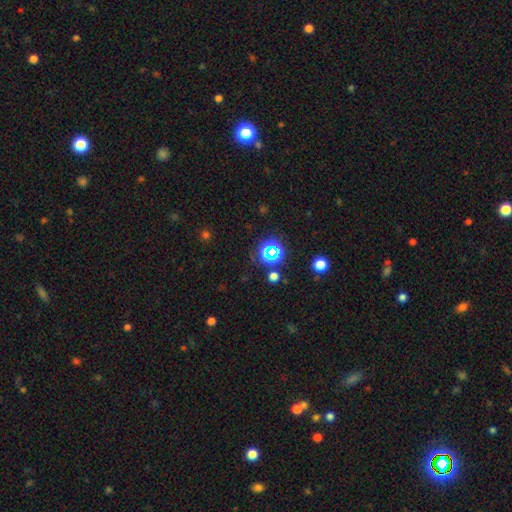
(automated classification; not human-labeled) Smooth or featured?
  - star or artifact: 58% *
  - smooth: 32%
  - featured or disk: 10%